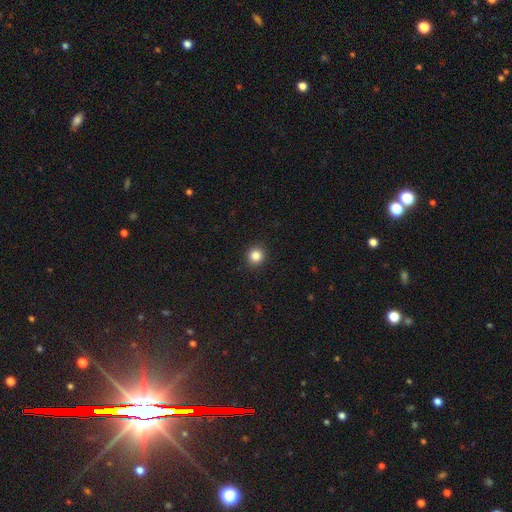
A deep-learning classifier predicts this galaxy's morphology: Smooth or featured: smooth — 85% (star or artifact — 11%)
How rounded: round — 92% (in between — 7%)
Merging: none — 93% (minor disturbance — 5%)